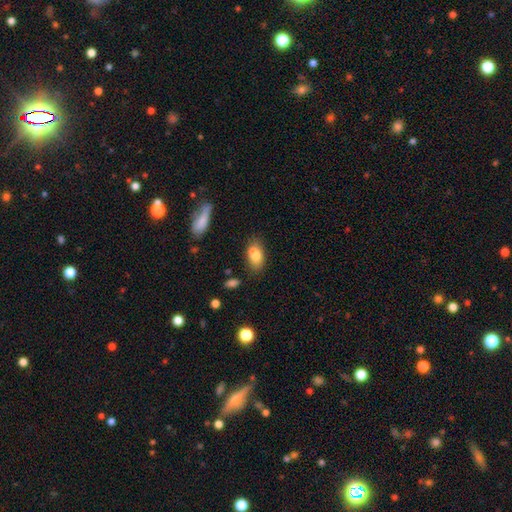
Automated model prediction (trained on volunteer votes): A smooth galaxy with no disk features (77%) that is in between round and cigar-shaped (88%). Merging: none (53%).